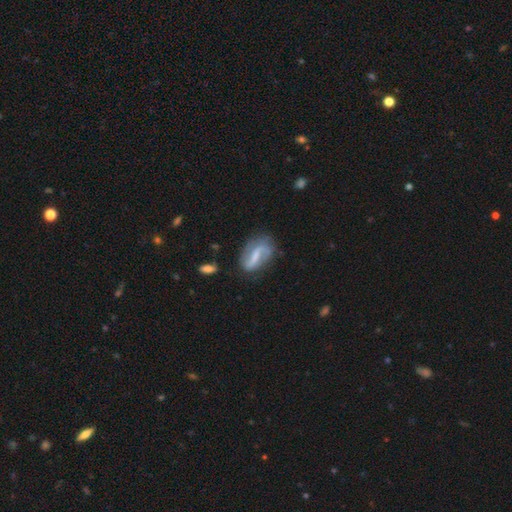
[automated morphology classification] Smooth or featured?
  - featured or disk: 69% *
  - smooth: 23%
  - star or artifact: 7%
Edge-on disk?
  - no: 94% *
  - yes: 6%
Bar?
  - strong: 51% *
  - weak: 34%
  - no: 14%
Spiral arms?
  - yes: 81% *
  - no: 19%
Spiral winding?
  - loose: 56% *
  - medium: 30%
  - tight: 14%
Spiral arm count?
  - 2: 75% *
  - 1: 13%
  - can't tell: 9%
  - 3: 1%
  - 4: 1%
  - more than 4: 1%
Bulge size?
  - none: 38% *
  - small: 33%
  - moderate: 23%
  - large: 5%
  - dominant: 1%
Merging?
  - none: 64% *
  - minor disturbance: 22%
  - major disturbance: 10%
  - merger: 4%